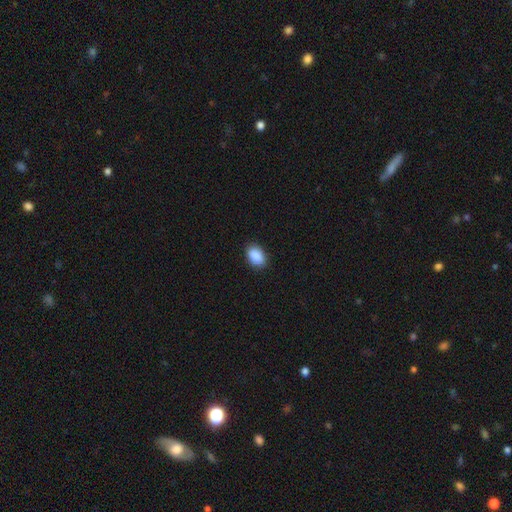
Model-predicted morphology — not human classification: A smooth galaxy with no disk features (90%) that is in between round and cigar-shaped (84%). Merging: none (86%).